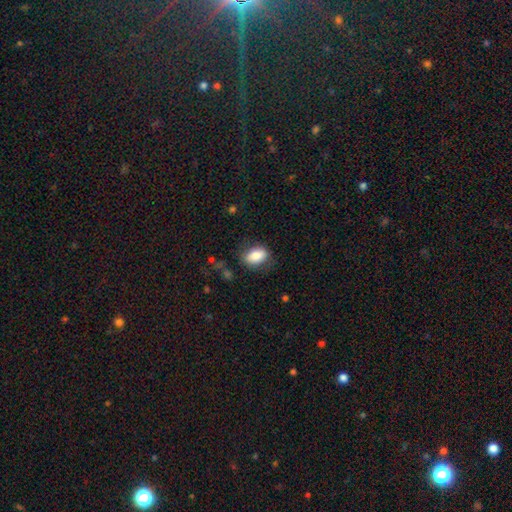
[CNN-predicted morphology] Smooth or featured: smooth — 81% (featured or disk — 12%)
How rounded: in between — 85% (round — 13%)
Merging: none — 76% (minor disturbance — 16%)